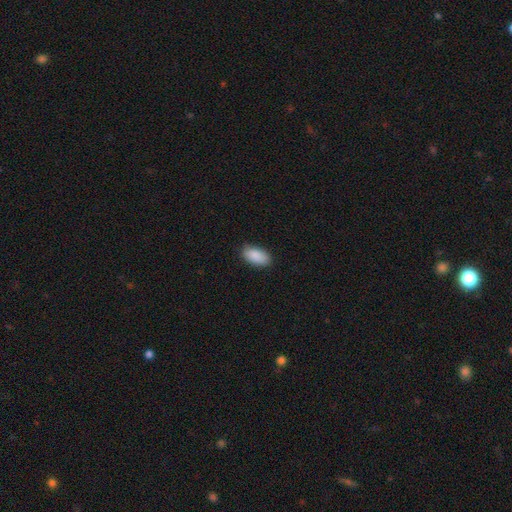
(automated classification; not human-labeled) A smooth galaxy with no disk features (89%) that is in between round and cigar-shaped (94%). Merging: none (85%).